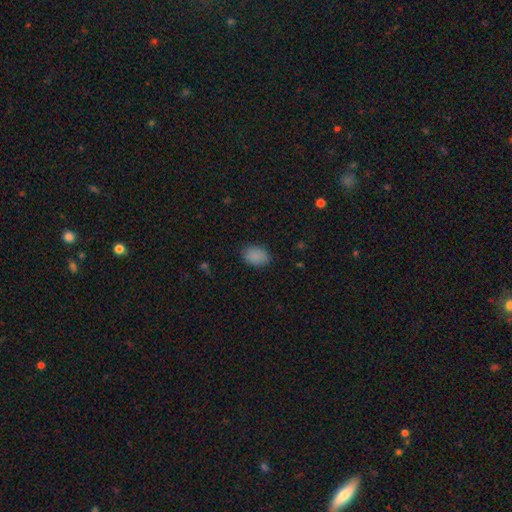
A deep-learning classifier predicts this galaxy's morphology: Q: Smooth or featured?
A: smooth (87%); runner-up: star or artifact (9%)
Q: How rounded?
A: in between (80%); runner-up: round (19%)
Q: Merging?
A: none (83%); runner-up: minor disturbance (13%)